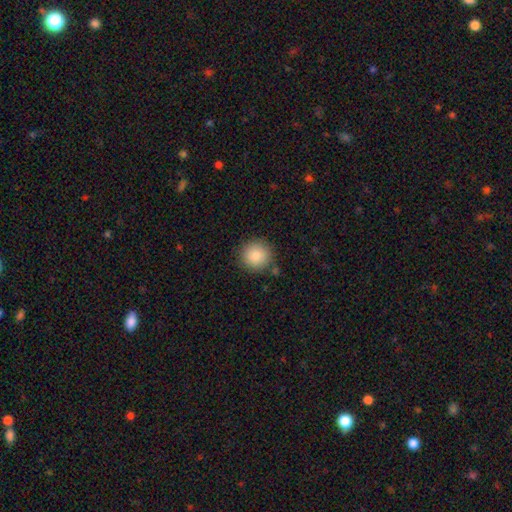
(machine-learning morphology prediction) Q: Smooth or featured?
A: smooth (87%); runner-up: star or artifact (8%)
Q: How rounded?
A: round (93%); runner-up: in between (6%)
Q: Merging?
A: none (85%); runner-up: minor disturbance (9%)